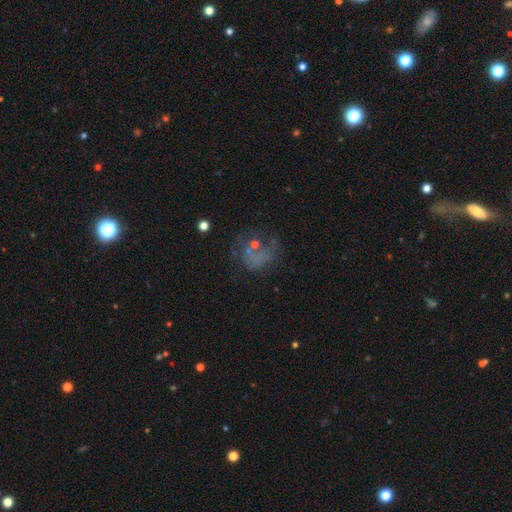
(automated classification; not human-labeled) Smooth or featured?
  - featured or disk: 40% *
  - smooth: 35%
  - star or artifact: 25%
Merging?
  - none: 43% *
  - major disturbance: 32%
  - minor disturbance: 19%
  - merger: 6%